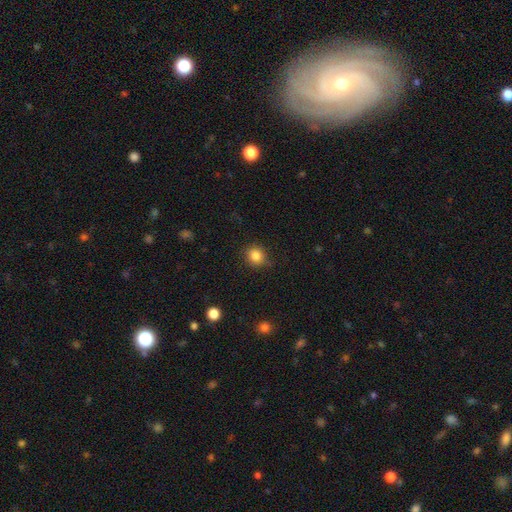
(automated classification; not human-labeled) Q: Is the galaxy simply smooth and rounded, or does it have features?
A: smooth — 84%.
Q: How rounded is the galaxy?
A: round — 83%.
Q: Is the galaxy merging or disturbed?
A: none — 82%.